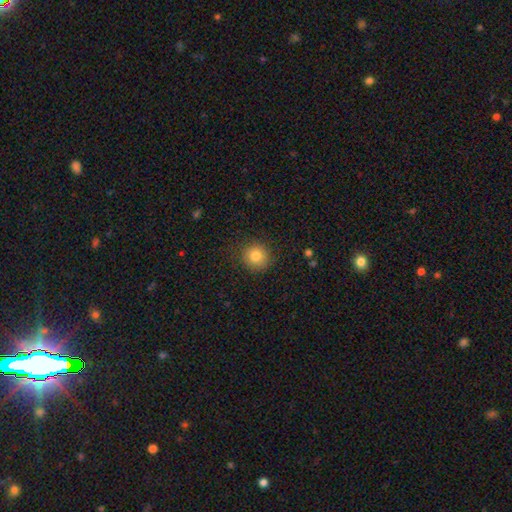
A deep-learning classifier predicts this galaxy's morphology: Smooth or featured?
  - smooth: 82% *
  - star or artifact: 10%
  - featured or disk: 7%
How rounded?
  - round: 93% *
  - in between: 7%
  - cigar-shaped: 1%
Merging?
  - none: 87% *
  - minor disturbance: 9%
  - major disturbance: 3%
  - merger: 1%